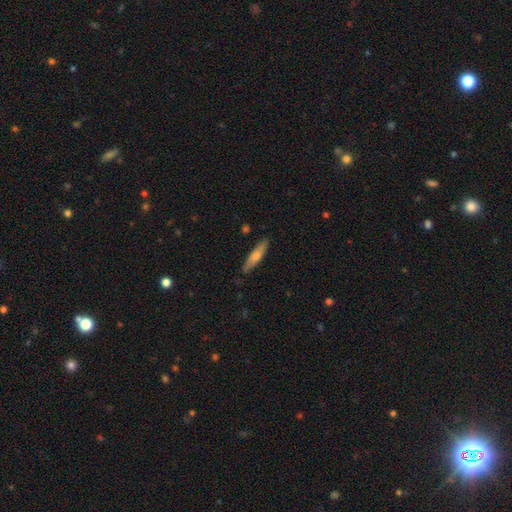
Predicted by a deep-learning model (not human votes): smooth 57%, featured or disk 37%, star or artifact 6%. Down the decision tree: how rounded — cigar-shaped (85%); merging — none (87%).